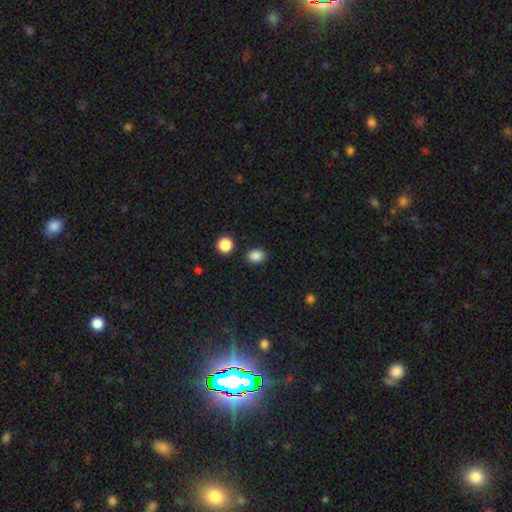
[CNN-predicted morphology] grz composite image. It shows a smooth galaxy with no disk features (86%) that is in between round and cigar-shaped (61%). Merging: none (86%).